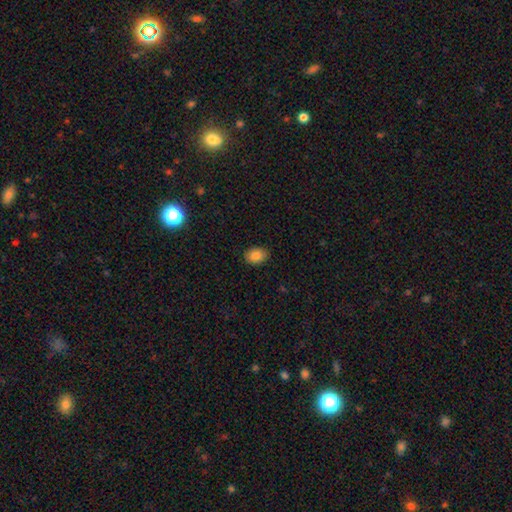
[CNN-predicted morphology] The model was most divided on "how rounded": in between: 71%, round: 28%, cigar-shaped: 1%. More confident: merging — none (88%); smooth or featured — smooth (84%).